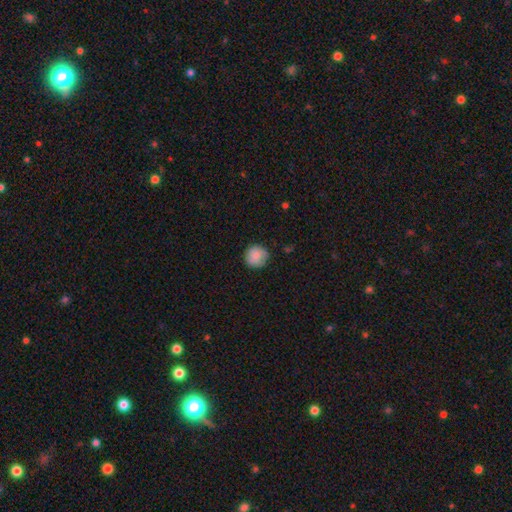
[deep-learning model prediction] Smooth or featured? smooth (86%)
How rounded? round (94%)
Merging? none (86%)